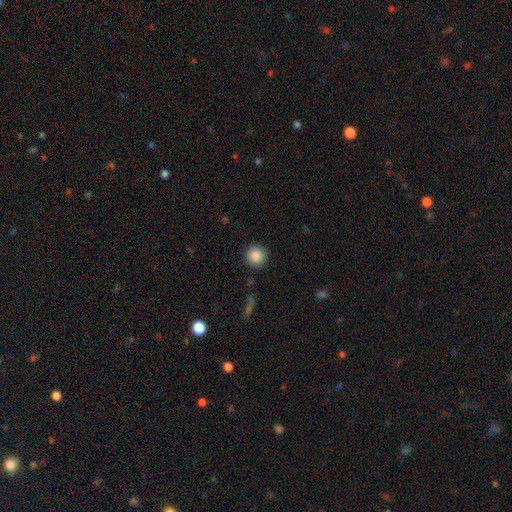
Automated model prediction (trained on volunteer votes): Smooth or featured? smooth (87%)
How rounded? round (95%)
Merging? none (91%)